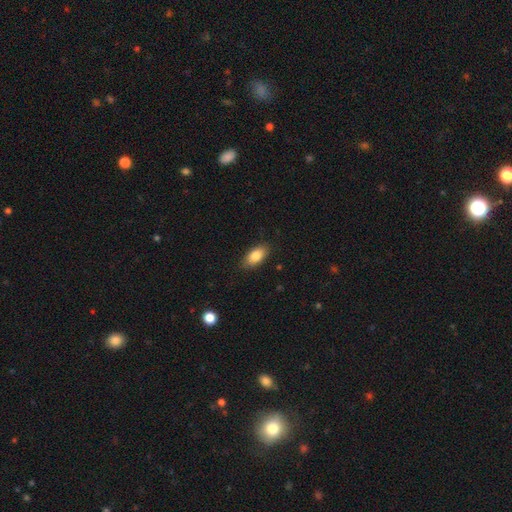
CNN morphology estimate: Smooth or featured? smooth (85%)
How rounded? in between (90%)
Merging? none (85%)